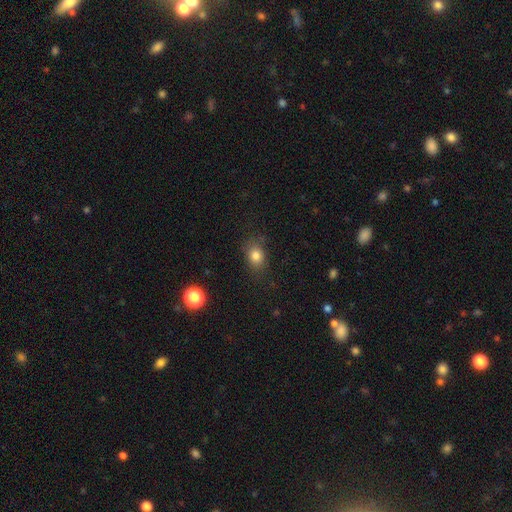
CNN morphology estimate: type=smooth (81%); roundness=in between (58%); merging=none (77%).